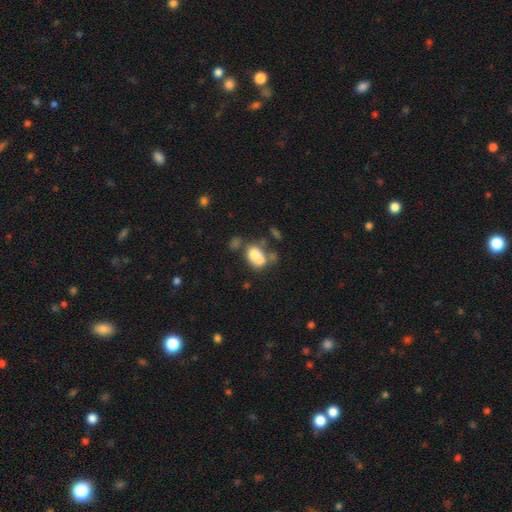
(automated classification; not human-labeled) A smooth galaxy with no disk features (67%) that is in between round and cigar-shaped (63%). Merging: merger (49%).